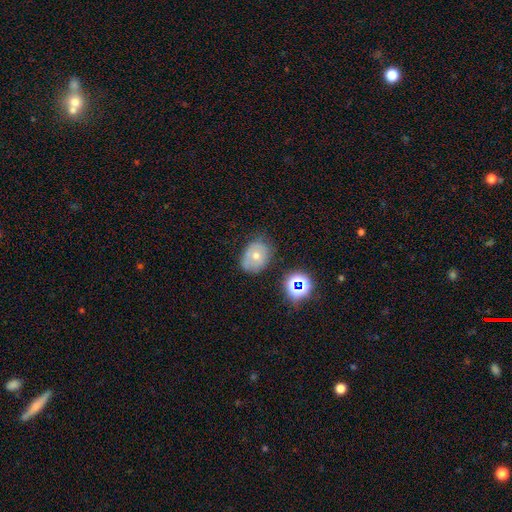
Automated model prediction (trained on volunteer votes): smooth 55%, featured or disk 31%, star or artifact 14%. Down the decision tree: how rounded — in between (54%); merging — none (64%).